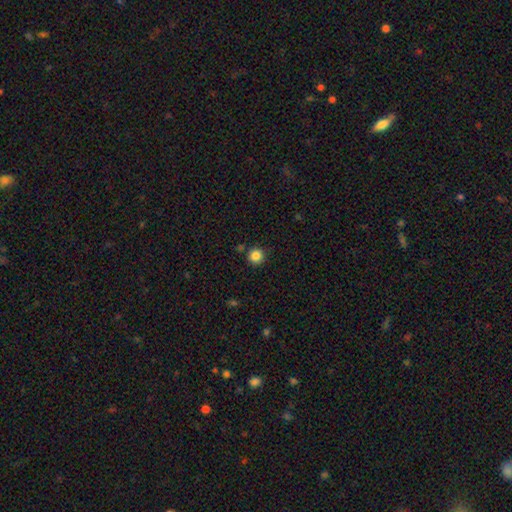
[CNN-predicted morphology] The model was most divided on "smooth or featured": smooth: 84%, star or artifact: 12%, featured or disk: 4%. More confident: how rounded — round (94%); merging — none (86%).